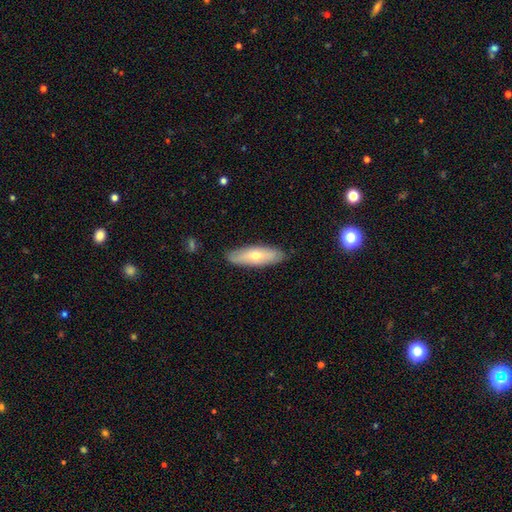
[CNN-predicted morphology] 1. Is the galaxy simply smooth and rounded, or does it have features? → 56% smooth, 38% featured or disk, 6% star or artifact.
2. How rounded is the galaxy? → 53% in between, 45% cigar-shaped, 2% round.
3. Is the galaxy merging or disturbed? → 85% none, 12% minor disturbance, 2% major disturbance, 1% merger.